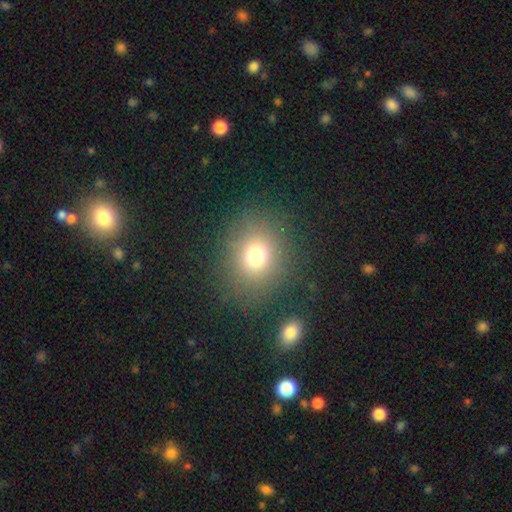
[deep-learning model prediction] This is likely a smooth galaxy (73%). How rounded: likely round (73%). Merging: clearly none (84%).